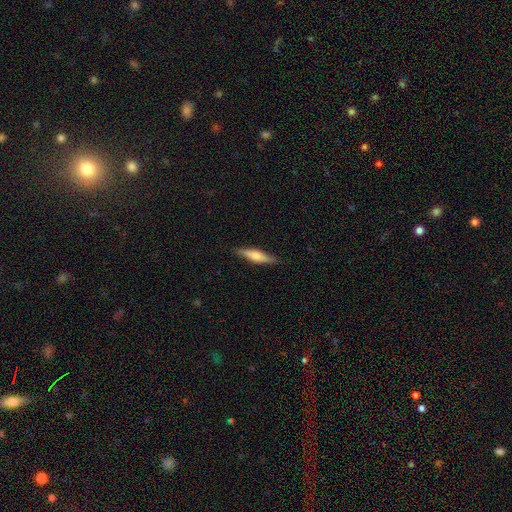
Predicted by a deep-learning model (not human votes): smooth_or_featured: smooth (p=0.54) [alt: featured or disk p=0.40]
how_rounded: cigar-shaped (p=0.77) [alt: in between p=0.21]
merging: none (p=0.86) [alt: minor disturbance p=0.11]